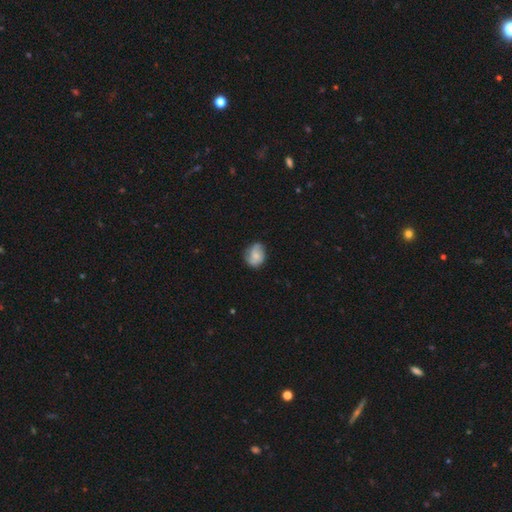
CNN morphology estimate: A smooth galaxy with no disk features (57%) that is round (54%).

Vote fractions:
- Smooth or featured? smooth: 57% / featured or disk: 36% / star or artifact: 8%
- How rounded? round: 54% / in between: 45% / cigar-shaped: 1%
- Merging? none: 65% / minor disturbance: 27% / major disturbance: 7% / merger: 2%